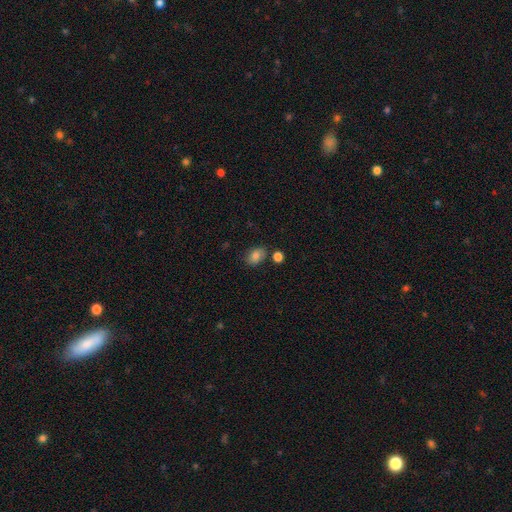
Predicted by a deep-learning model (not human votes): Q: Smooth or featured?
A: smooth (81%); runner-up: star or artifact (10%)
Q: How rounded?
A: in between (73%); runner-up: round (25%)
Q: Merging?
A: none (73%); runner-up: minor disturbance (15%)